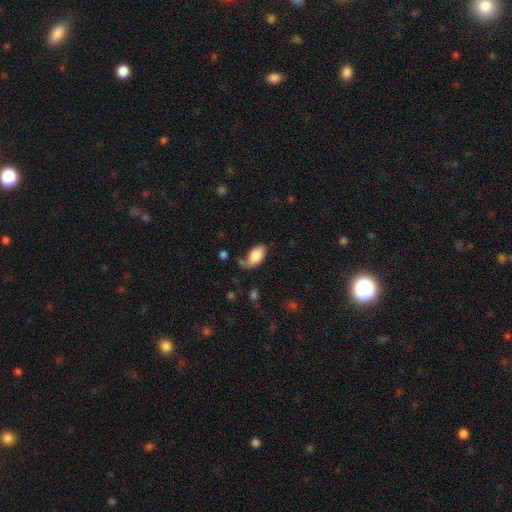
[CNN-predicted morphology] This is clearly a smooth galaxy (81%). How rounded: clearly in between (95%). Merging: possibly none (53%).